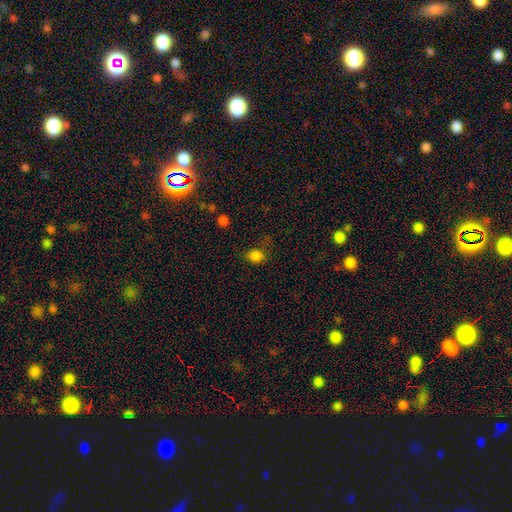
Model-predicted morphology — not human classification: smooth 79%, star or artifact 17%, featured or disk 4%. Down the decision tree: how rounded — round (59%); merging — none (69%).